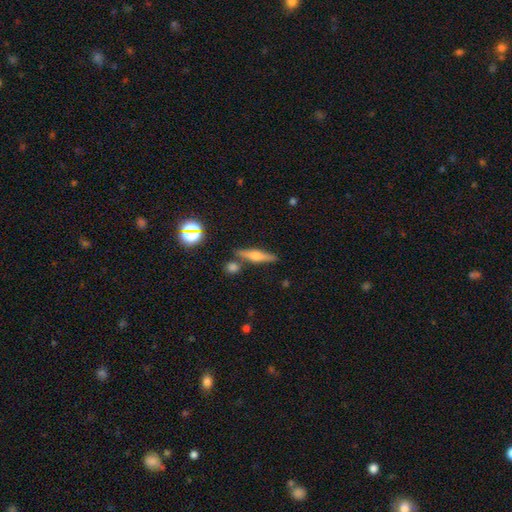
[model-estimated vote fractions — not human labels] Smooth or featured?
  - featured or disk: 54% *
  - smooth: 36%
  - star or artifact: 10%
Edge-on disk?
  - yes: 95% *
  - no: 5%
Edge-on bulge?
  - rounded: 88% *
  - boxy: 7%
  - none: 5%
Merging?
  - none: 80% *
  - minor disturbance: 9%
  - merger: 9%
  - major disturbance: 2%